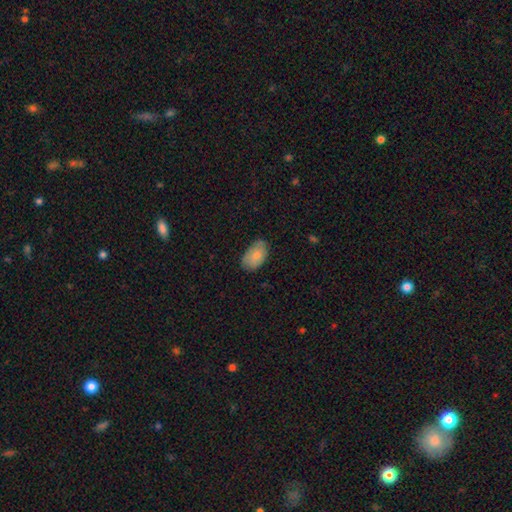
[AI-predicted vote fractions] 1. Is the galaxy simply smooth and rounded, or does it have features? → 79% smooth, 14% featured or disk, 6% star or artifact.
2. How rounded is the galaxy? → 92% in between, 7% round, 1% cigar-shaped.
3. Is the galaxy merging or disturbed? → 72% none, 23% minor disturbance, 4% major disturbance, 1% merger.